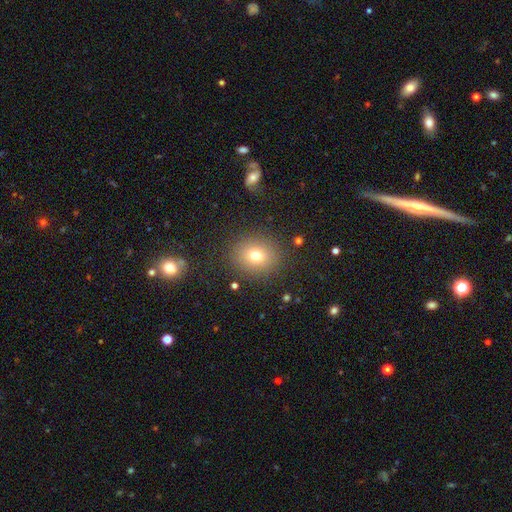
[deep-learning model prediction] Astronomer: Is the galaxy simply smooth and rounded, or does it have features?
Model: smooth — 74%.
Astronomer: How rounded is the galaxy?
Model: round — 71%.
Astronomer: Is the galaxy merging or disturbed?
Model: none — 86%.